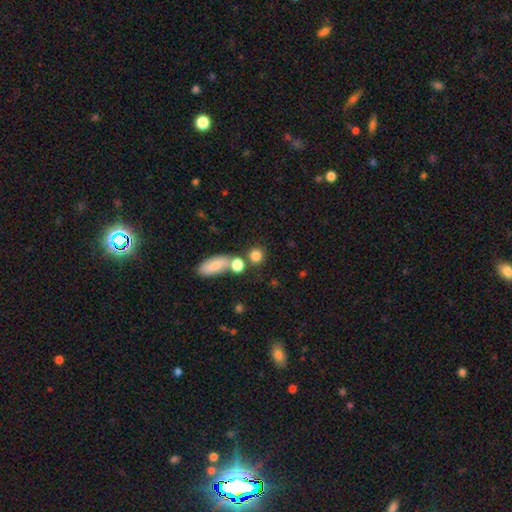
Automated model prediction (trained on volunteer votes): Q: Smooth or featured?
A: smooth (81%); runner-up: star or artifact (11%)
Q: How rounded?
A: round (79%); runner-up: in between (19%)
Q: Merging?
A: none (64%); runner-up: merger (21%)